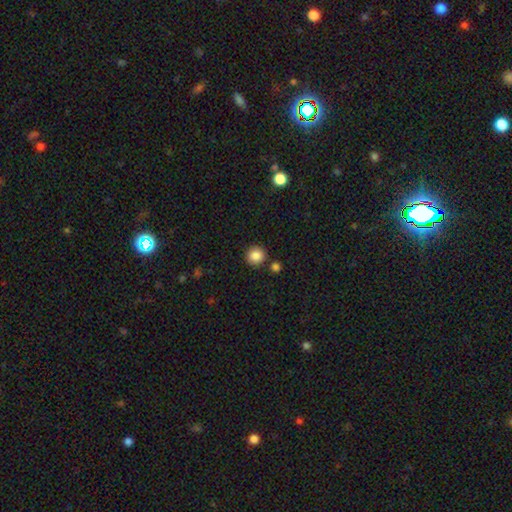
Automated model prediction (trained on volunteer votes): Smooth or featured?
  - smooth: 86% *
  - star or artifact: 10%
  - featured or disk: 5%
How rounded?
  - round: 93% *
  - in between: 6%
  - cigar-shaped: 1%
Merging?
  - none: 87% *
  - minor disturbance: 6%
  - merger: 5%
  - major disturbance: 2%